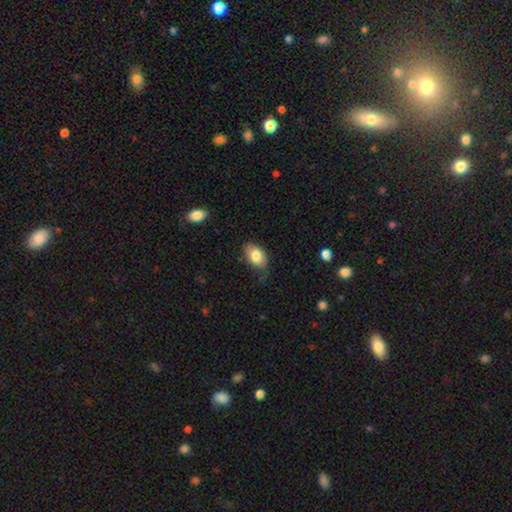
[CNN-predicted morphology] This is clearly a smooth galaxy (82%). How rounded: clearly in between (87%). Merging: likely none (70%).